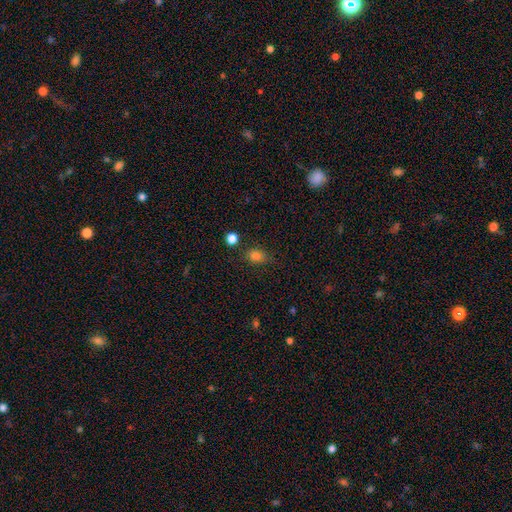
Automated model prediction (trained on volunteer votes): Smooth or featured: smooth — 80% (star or artifact — 14%)
How rounded: in between — 62% (round — 37%)
Merging: none — 78% (minor disturbance — 15%)